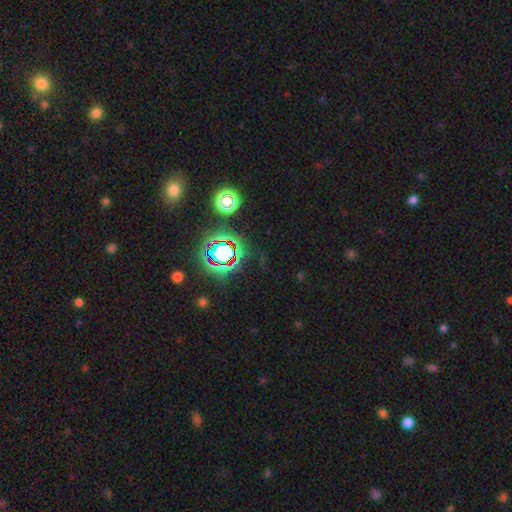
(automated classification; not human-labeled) smooth_or_featured: star or artifact (p=0.78) [alt: smooth p=0.13]